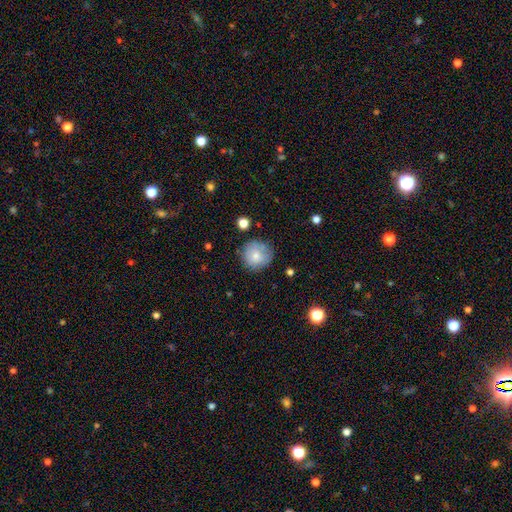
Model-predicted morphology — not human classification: type=smooth (75%); roundness=round (92%); merging=none (72%).